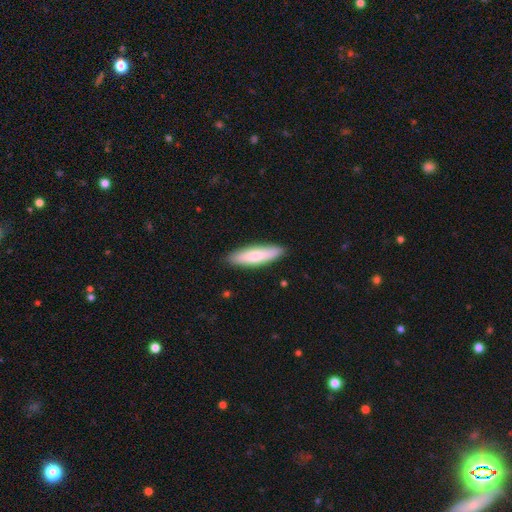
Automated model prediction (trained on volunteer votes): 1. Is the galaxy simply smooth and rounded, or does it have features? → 76% smooth, 19% featured or disk, 5% star or artifact.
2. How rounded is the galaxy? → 69% cigar-shaped, 30% in between, 2% round.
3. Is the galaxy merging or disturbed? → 88% none, 9% minor disturbance, 2% major disturbance, 1% merger.